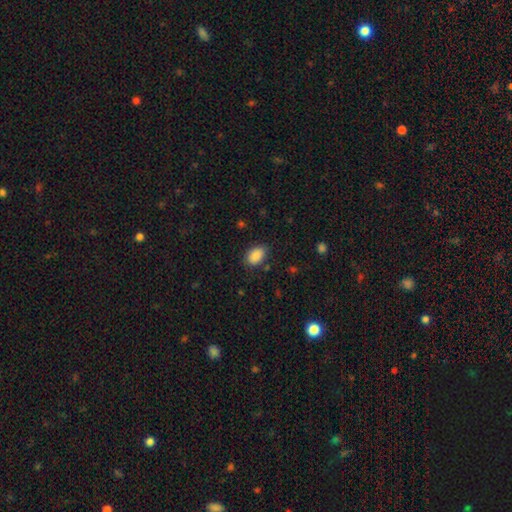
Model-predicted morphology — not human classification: This is clearly a smooth galaxy (89%). How rounded: clearly in between (88%). Merging: clearly none (84%).